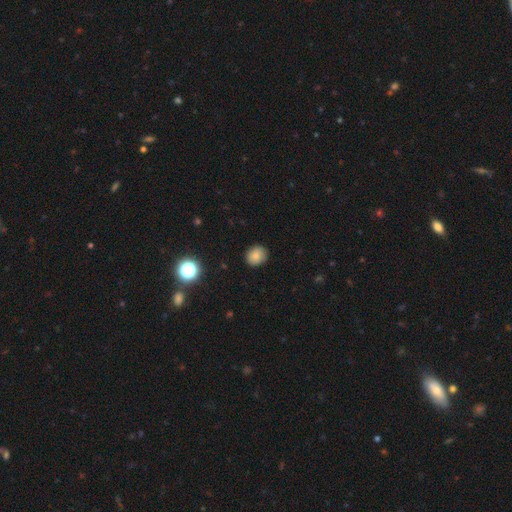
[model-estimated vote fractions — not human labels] This is clearly a smooth galaxy (81%). How rounded: likely round (74%). Merging: clearly none (86%).